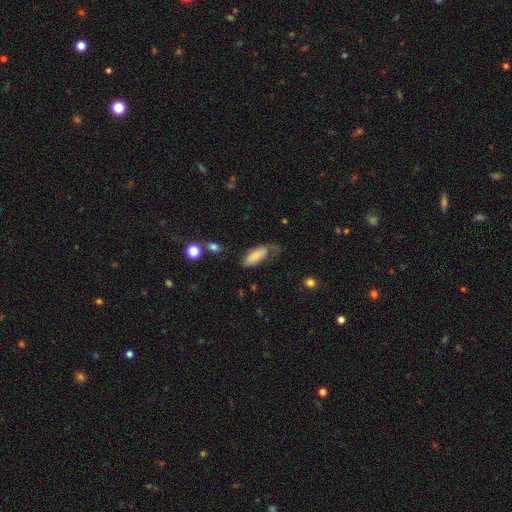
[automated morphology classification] Smooth or featured? Predicted: smooth (p=0.75). How rounded? Predicted: in between (p=0.80). Merging? Predicted: none (p=0.38).